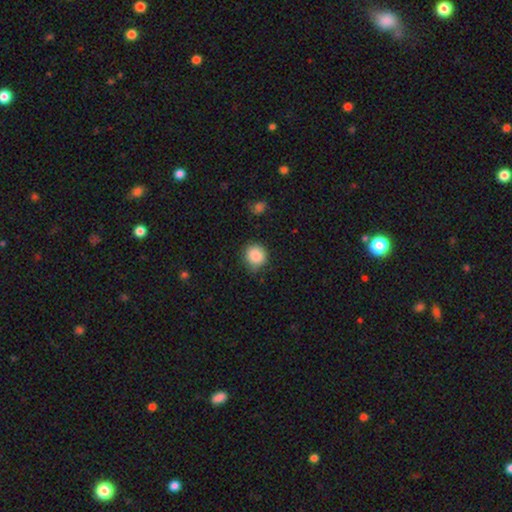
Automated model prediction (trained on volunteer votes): A smooth galaxy with no disk features (87%) that is round (88%).

Vote fractions:
- Smooth or featured? smooth: 87% / star or artifact: 9% / featured or disk: 4%
- How rounded? round: 88% / in between: 11% / cigar-shaped: 1%
- Merging? none: 81% / minor disturbance: 14% / major disturbance: 3% / merger: 1%